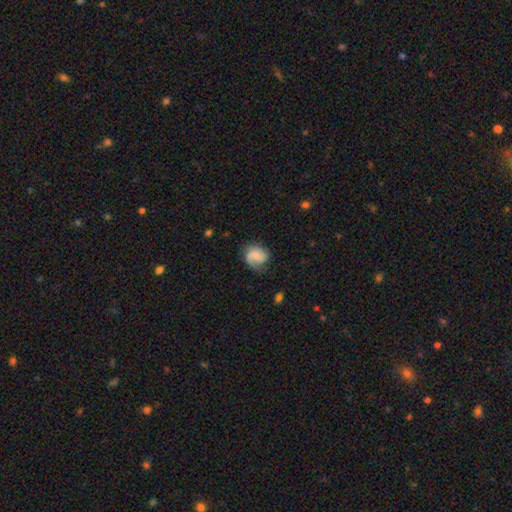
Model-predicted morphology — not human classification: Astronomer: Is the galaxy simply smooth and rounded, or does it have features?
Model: smooth — 47% (runner-up: featured or disk, 45%).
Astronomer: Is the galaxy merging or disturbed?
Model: none — 59%.